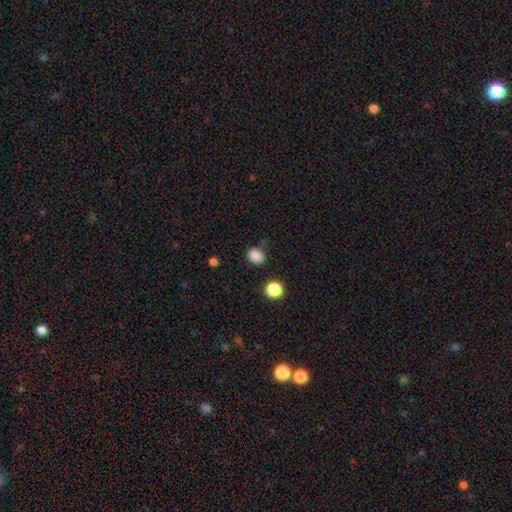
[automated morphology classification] Smooth or featured? smooth (85%)
How rounded? round (52%)
Merging? none (78%)